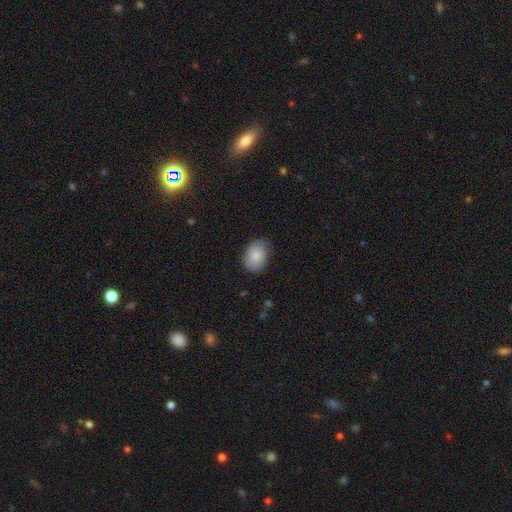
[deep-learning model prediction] Smooth or featured? Predicted: smooth (p=0.85). How rounded? Predicted: in between (p=0.78). Merging? Predicted: none (p=0.76).